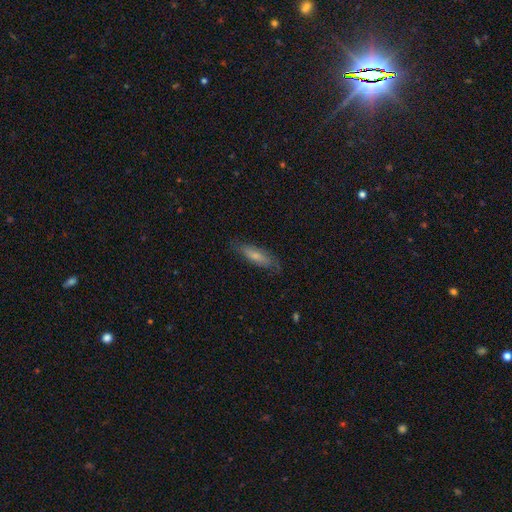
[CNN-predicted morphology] This is likely a smooth galaxy (63%). How rounded: possibly cigar-shaped (53%). Merging: likely none (73%).